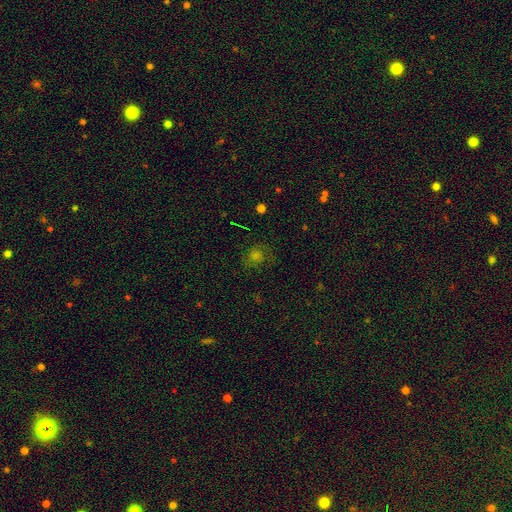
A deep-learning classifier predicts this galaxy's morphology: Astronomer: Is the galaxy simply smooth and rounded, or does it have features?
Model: smooth — 41% (runner-up: star or artifact, 33%).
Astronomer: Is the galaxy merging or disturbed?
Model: none — 71%.